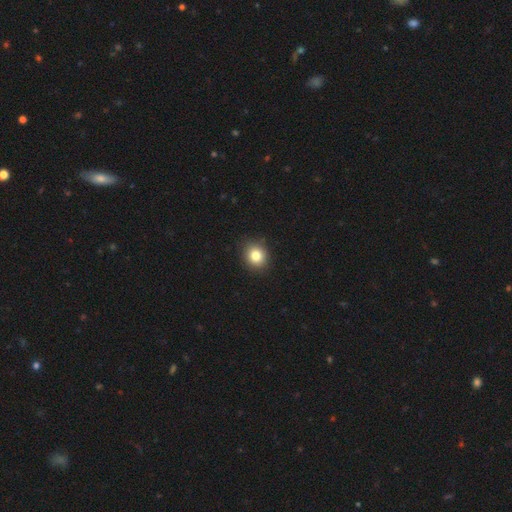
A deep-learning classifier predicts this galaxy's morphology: Smooth or featured: smooth — 82% (star or artifact — 11%)
How rounded: round — 78% (in between — 22%)
Merging: none — 89% (minor disturbance — 8%)